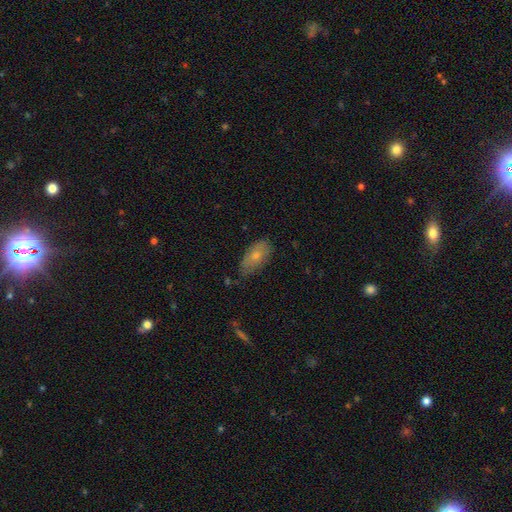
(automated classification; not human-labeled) smooth-or-featured: smooth: 69% | featured or disk: 24% | star or artifact: 7%
  how-rounded: in between: 91% | cigar-shaped: 5% | round: 4%
  merging: none: 68% | minor disturbance: 25% | major disturbance: 5% | merger: 2%